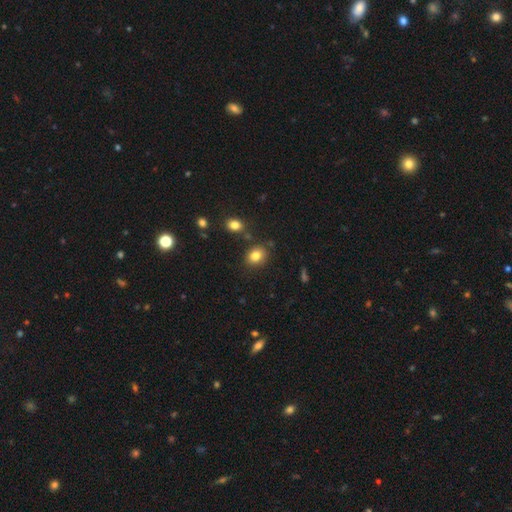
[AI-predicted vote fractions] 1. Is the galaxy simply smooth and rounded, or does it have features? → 82% smooth, 11% star or artifact, 8% featured or disk.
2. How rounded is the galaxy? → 51% in between, 48% round, 1% cigar-shaped.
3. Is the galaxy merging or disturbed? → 81% none, 11% minor disturbance, 5% merger, 3% major disturbance.